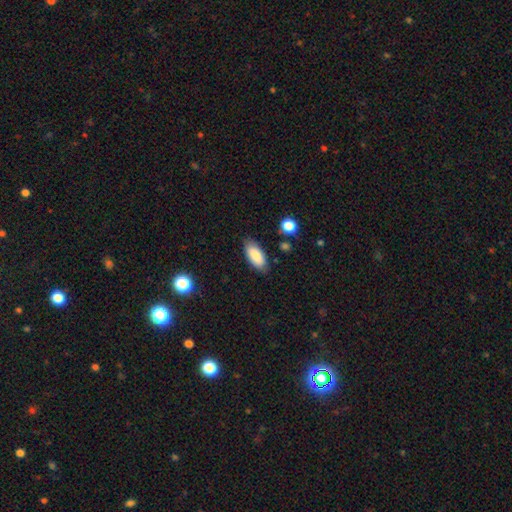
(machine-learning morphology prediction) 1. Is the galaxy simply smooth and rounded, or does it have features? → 85% smooth, 9% featured or disk, 7% star or artifact.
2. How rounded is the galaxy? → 88% in between, 10% cigar-shaped, 2% round.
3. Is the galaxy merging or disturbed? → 83% none, 13% minor disturbance, 3% major disturbance, 2% merger.